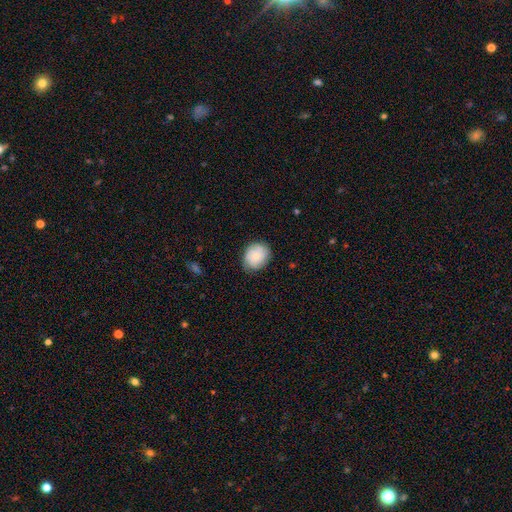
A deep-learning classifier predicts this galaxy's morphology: The model was most divided on "smooth or featured": smooth: 52%, featured or disk: 40%, star or artifact: 8%. More confident: merging — none (78%); how rounded — round (59%).